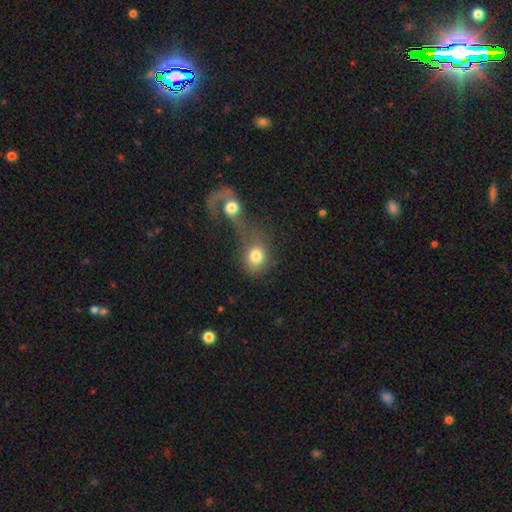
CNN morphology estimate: smooth 76%, featured or disk 15%, star or artifact 9%. Down the decision tree: how rounded — round (62%); merging — merger (55%).